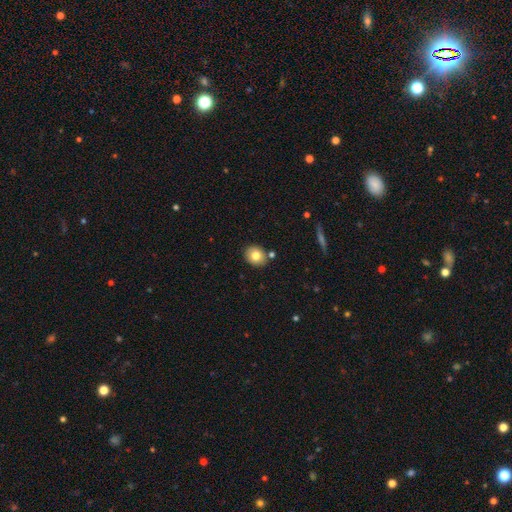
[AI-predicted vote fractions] Q: Smooth or featured?
A: smooth (79%); runner-up: featured or disk (11%)
Q: How rounded?
A: round (74%); runner-up: in between (25%)
Q: Merging?
A: none (83%); runner-up: minor disturbance (9%)